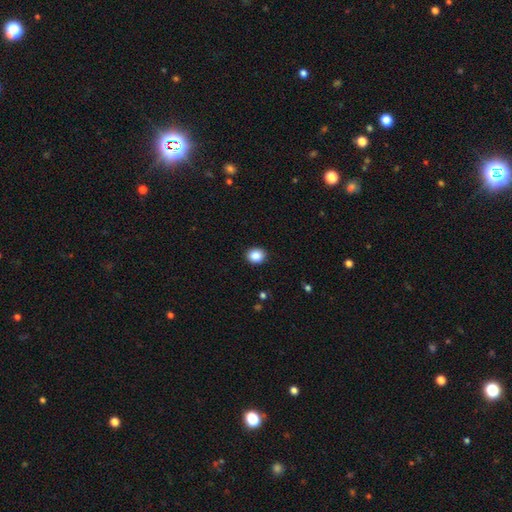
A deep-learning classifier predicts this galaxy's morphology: This appears to be a smooth galaxy with no disk features (87%) that is round (69%). Merging: none (91%).